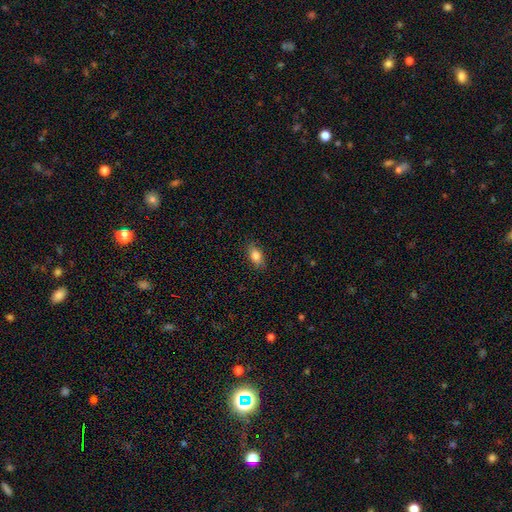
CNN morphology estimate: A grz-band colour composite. It shows a smooth galaxy with no disk features (84%) that is in between round and cigar-shaped (87%). Merging: none (85%).